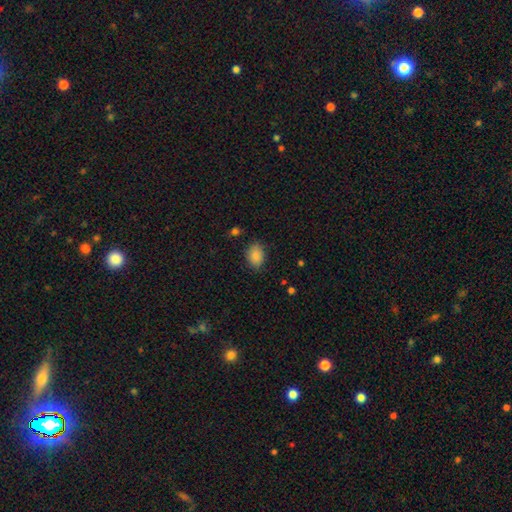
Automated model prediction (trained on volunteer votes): Overall: smooth (87%). How rounded: in between (73%). Merging: none (79%).